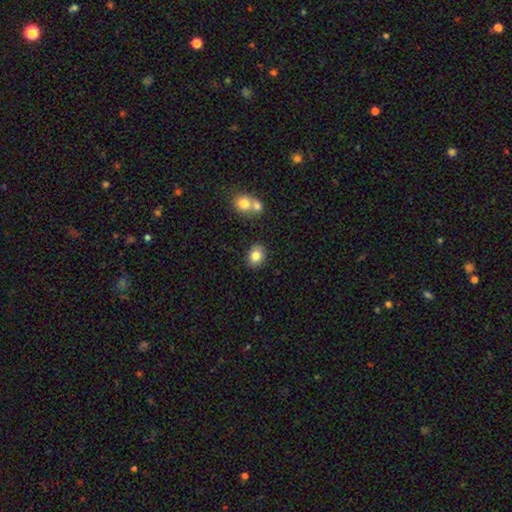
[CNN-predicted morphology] smooth-or-featured: smooth: 82% | star or artifact: 9% | featured or disk: 9%
  how-rounded: in between: 55% | round: 44% | cigar-shaped: 1%
  merging: none: 85% | minor disturbance: 9% | merger: 4% | major disturbance: 2%